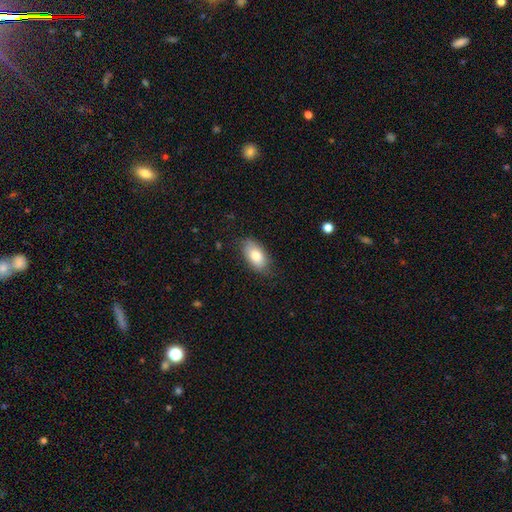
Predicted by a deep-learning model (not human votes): A smooth galaxy with no disk features (79%) that is in between round and cigar-shaped (92%). Merging: none (77%).